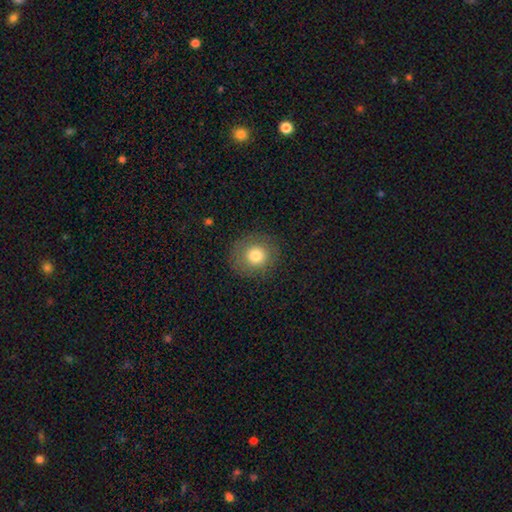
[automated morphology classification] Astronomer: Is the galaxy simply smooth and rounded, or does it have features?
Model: smooth — 77%.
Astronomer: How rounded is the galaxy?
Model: round — 89%.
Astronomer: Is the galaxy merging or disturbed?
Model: none — 86%.